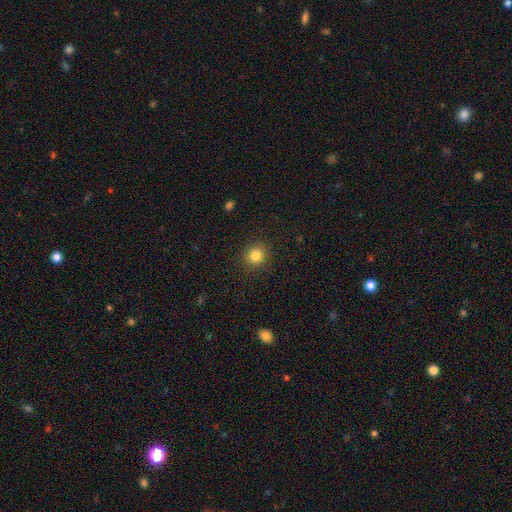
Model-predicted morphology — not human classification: A smooth galaxy with no disk features (83%) that is round (89%). Merging: none (90%).